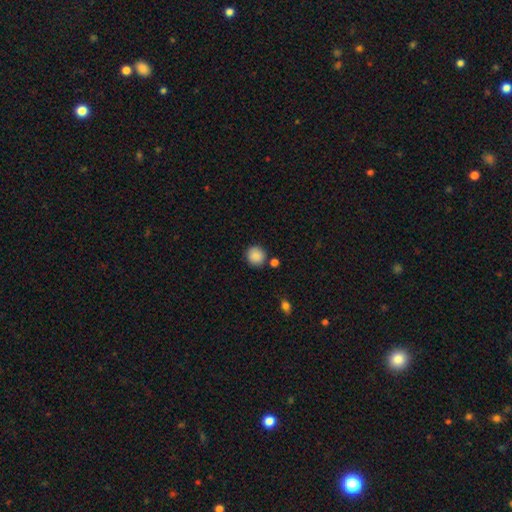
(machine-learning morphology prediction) A smooth galaxy with no disk features (88%) that is round (92%).

Vote fractions:
- Smooth or featured? smooth: 88% / star or artifact: 9% / featured or disk: 3%
- How rounded? round: 92% / in between: 7% / cigar-shaped: 1%
- Merging? none: 83% / minor disturbance: 8% / merger: 6% / major disturbance: 3%